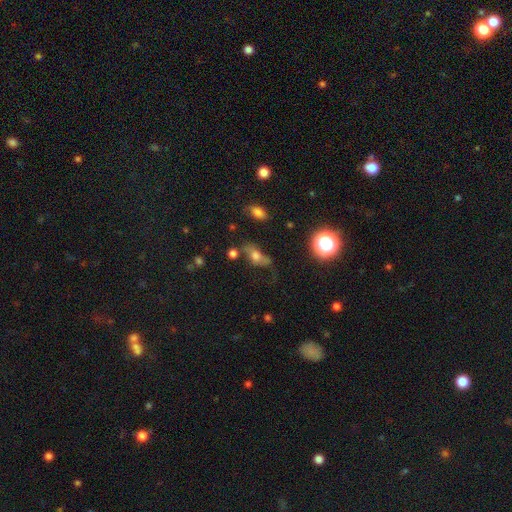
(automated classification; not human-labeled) A smooth galaxy with no disk features (56%) that is in between round and cigar-shaped (74%). Merging: none (48%).